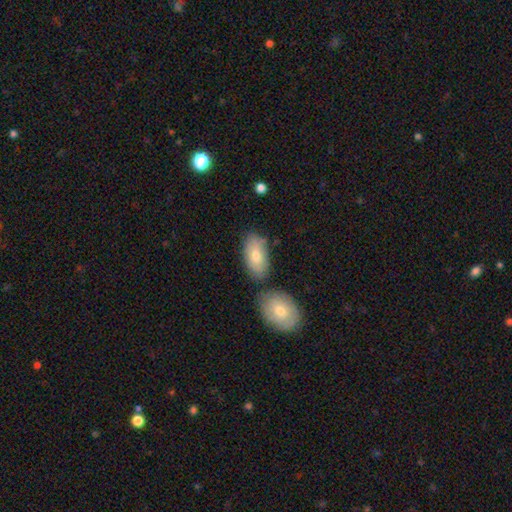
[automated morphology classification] This appears to be a smooth galaxy with no disk features (73%) that is in between round and cigar-shaped (93%). Merging: none (63%).